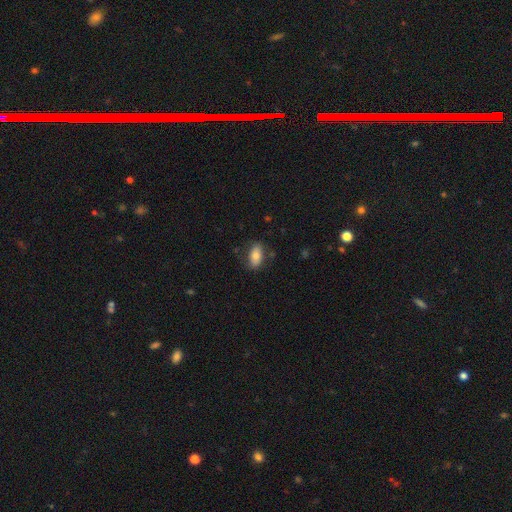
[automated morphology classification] type=smooth (76%); roundness=in between (88%); merging=none (77%).